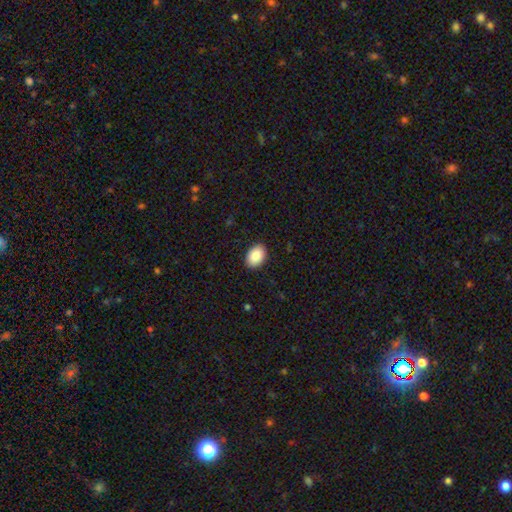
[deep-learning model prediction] Smooth or featured? smooth (89%)
How rounded? in between (84%)
Merging? none (90%)